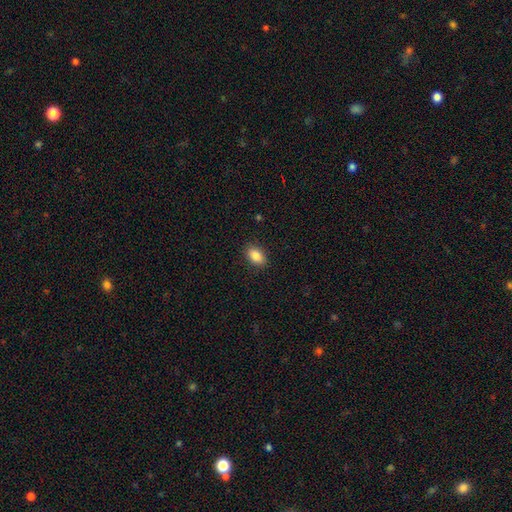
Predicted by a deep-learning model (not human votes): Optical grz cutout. It shows a smooth galaxy with no disk features (86%) that is in between round and cigar-shaped (87%). Merging: none (89%).